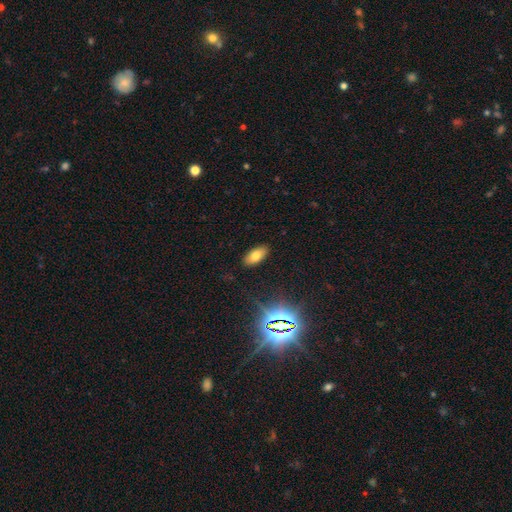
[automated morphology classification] The model was most divided on "smooth or featured": smooth: 73%, star or artifact: 15%, featured or disk: 11%. More confident: how rounded — in between (91%); merging — none (88%).